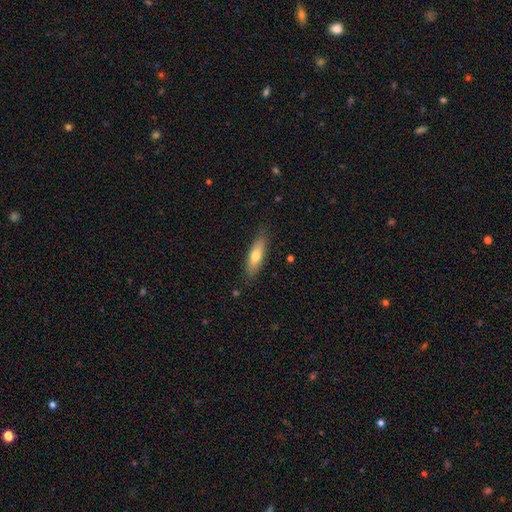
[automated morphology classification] This appears to be a smooth galaxy with no disk features (68%) that is in between round and cigar-shaped (49%, tied with cigar-shaped). Merging: none (83%).